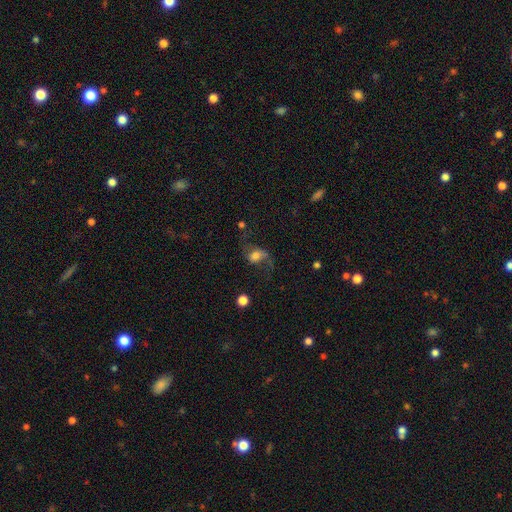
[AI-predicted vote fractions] Q: Smooth or featured?
A: featured or disk (52%); runner-up: smooth (36%)
Q: Edge-on disk?
A: no (95%); runner-up: yes (5%)
Q: Merging?
A: none (47%); runner-up: major disturbance (30%)